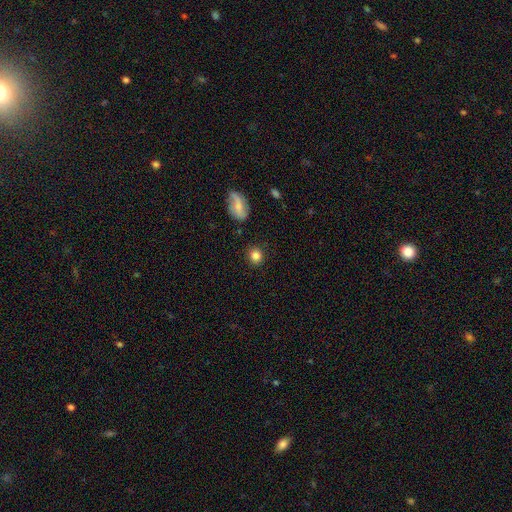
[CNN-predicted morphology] Smooth or featured: smooth — 83% (star or artifact — 10%)
How rounded: round — 86% (in between — 13%)
Merging: none — 87% (minor disturbance — 8%)